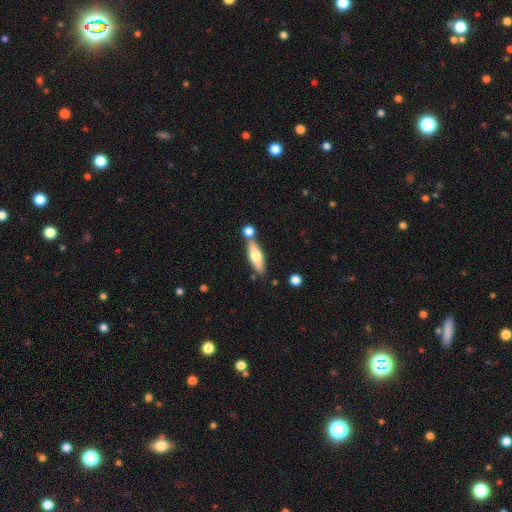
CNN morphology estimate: This is possibly a smooth galaxy (54%). How rounded: possibly cigar-shaped (57%). Merging: likely none (65%).